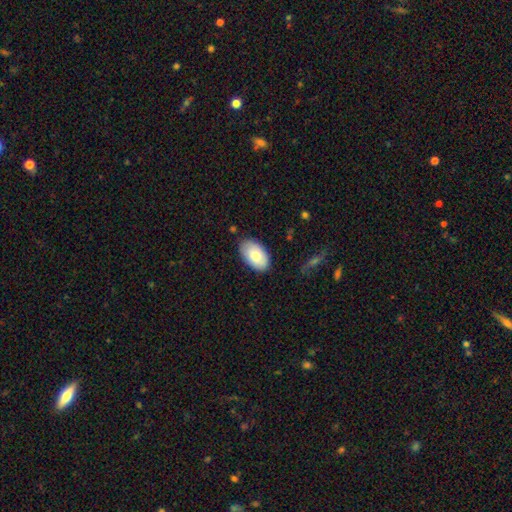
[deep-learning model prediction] Smooth or featured?
  - smooth: 79% *
  - featured or disk: 15%
  - star or artifact: 6%
How rounded?
  - in between: 94% *
  - round: 4%
  - cigar-shaped: 1%
Merging?
  - none: 82% *
  - minor disturbance: 14%
  - major disturbance: 3%
  - merger: 2%